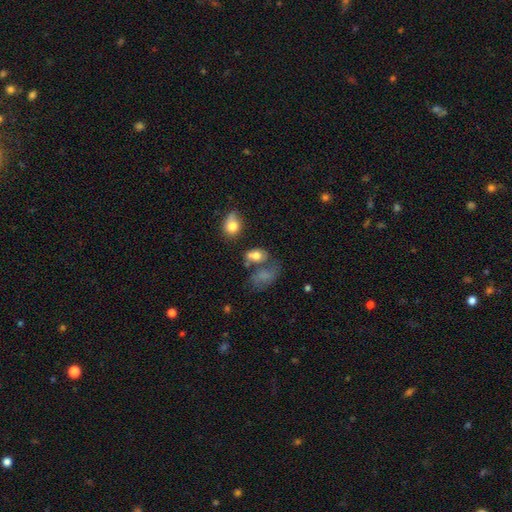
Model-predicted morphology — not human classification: A smooth galaxy with no disk features (70%) that is in between round and cigar-shaped (70%).

Vote fractions:
- Smooth or featured? smooth: 70% / featured or disk: 17% / star or artifact: 13%
- How rounded? in between: 70% / round: 28% / cigar-shaped: 2%
- Merging? none: 37% / merger: 28% / minor disturbance: 19% / major disturbance: 16%